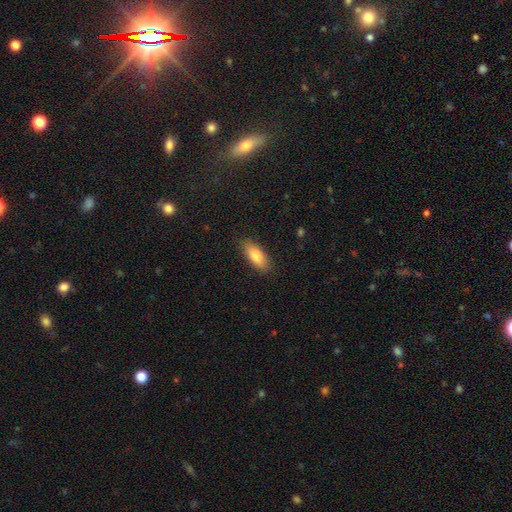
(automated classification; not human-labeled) smooth_or_featured: smooth (p=0.84) [alt: featured or disk p=0.10]
how_rounded: in between (p=0.79) [alt: cigar-shaped p=0.19]
merging: none (p=0.86) [alt: minor disturbance p=0.11]